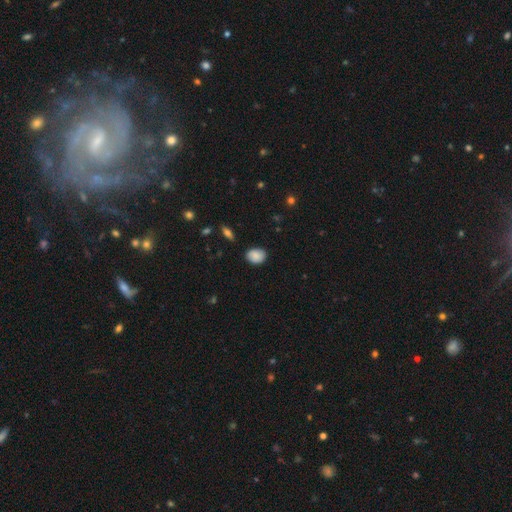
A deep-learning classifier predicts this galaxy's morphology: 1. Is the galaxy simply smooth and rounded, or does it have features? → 86% smooth, 7% star or artifact, 6% featured or disk.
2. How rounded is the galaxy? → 62% in between, 37% round, 1% cigar-shaped.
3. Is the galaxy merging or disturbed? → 81% none, 15% minor disturbance, 3% major disturbance, 1% merger.